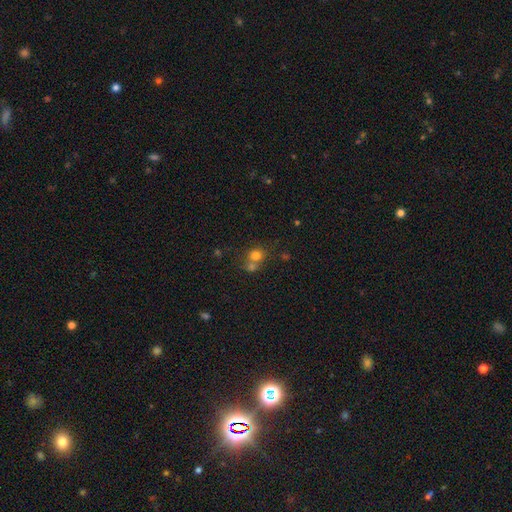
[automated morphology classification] Overall: smooth (74%). How rounded: round (80%). Merging: merger (45%; none 44%).